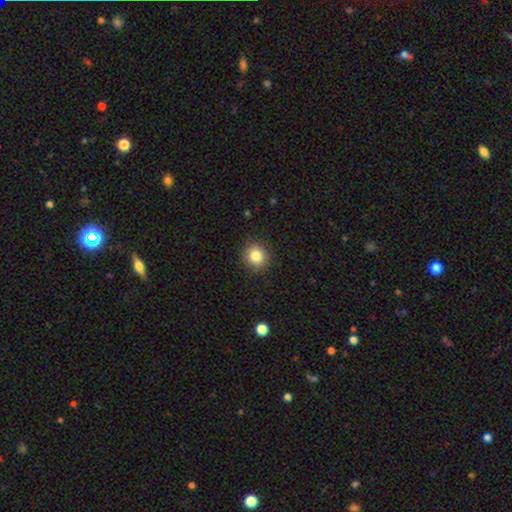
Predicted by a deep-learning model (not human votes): Morphology: type=smooth (83%); roundness=round (90%); merging=none (91%).